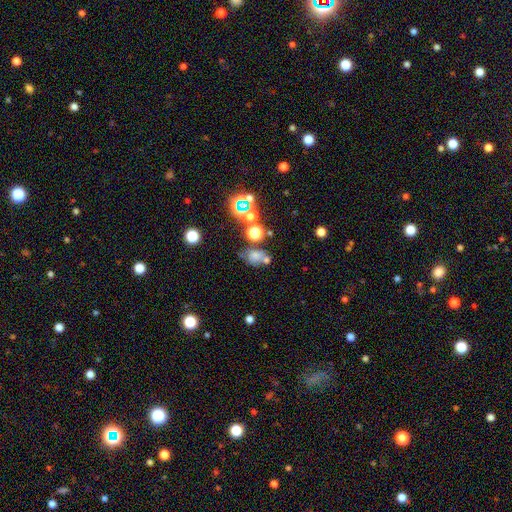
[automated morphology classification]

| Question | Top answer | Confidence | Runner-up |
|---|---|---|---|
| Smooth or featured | smooth | 57% | star or artifact (26%) |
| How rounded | in between | 55% | round (43%) |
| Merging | none | 43% | merger (30%) |